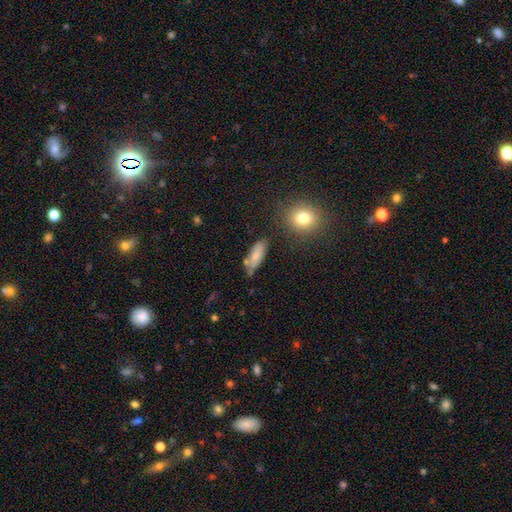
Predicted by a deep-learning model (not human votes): Smooth or featured: smooth — 74% (featured or disk — 18%)
How rounded: in between — 71% (cigar-shaped — 25%)
Merging: none — 66% (minor disturbance — 20%)